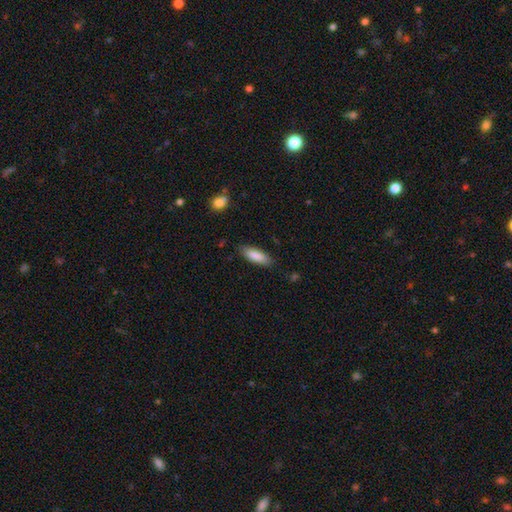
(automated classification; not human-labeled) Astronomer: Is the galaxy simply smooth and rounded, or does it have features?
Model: smooth — 86%.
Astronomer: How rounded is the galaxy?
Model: in between — 59% (runner-up: cigar-shaped, 39%).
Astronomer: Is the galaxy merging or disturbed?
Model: none — 83%.